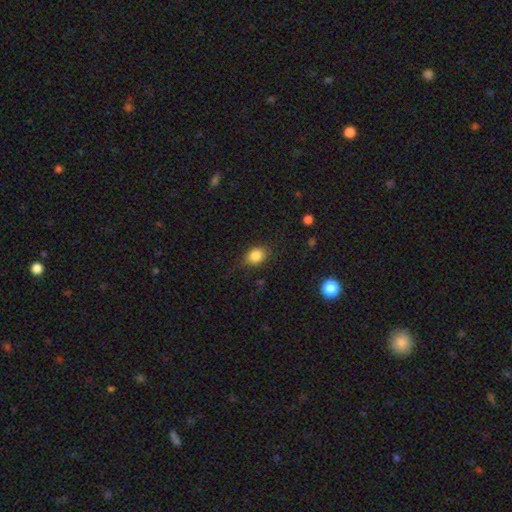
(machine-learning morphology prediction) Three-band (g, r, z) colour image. It shows a smooth galaxy with no disk features (84%) that is round (51%). Merging: none (78%).